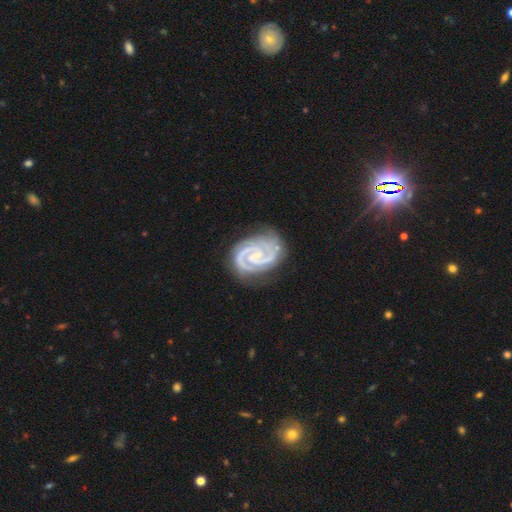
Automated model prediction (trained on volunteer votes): Smooth or featured: featured or disk — 92% (star or artifact — 5%)
Edge-on disk: no — 98% (yes — 2%)
Bar: no — 44% (weak — 40%)
Spiral arms: yes — 99% (no — 1%)
Spiral winding: tight — 67% (medium — 29%)
Spiral arm count: 2 — 77% (3 — 12%)
Bulge size: small — 60% (none — 20%)
Merging: none — 74% (minor disturbance — 17%)